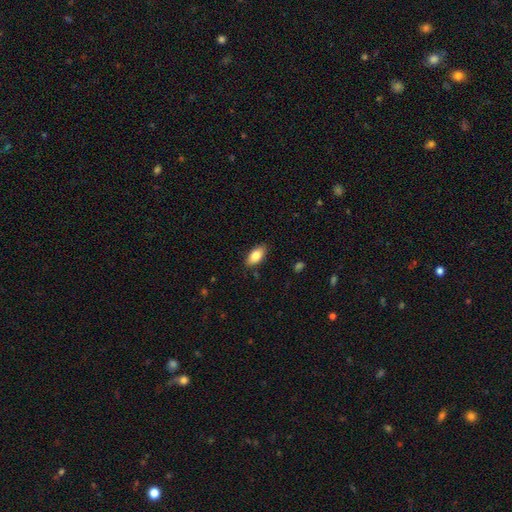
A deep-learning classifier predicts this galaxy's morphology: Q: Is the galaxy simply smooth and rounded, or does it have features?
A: smooth — 82%.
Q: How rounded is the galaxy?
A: in between — 89%.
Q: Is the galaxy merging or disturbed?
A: none — 86%.